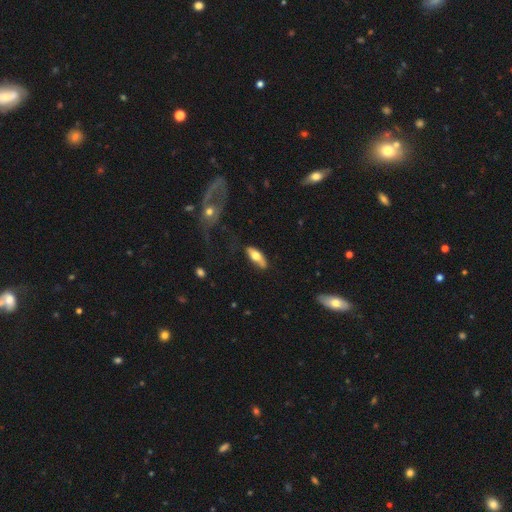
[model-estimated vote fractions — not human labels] A smooth galaxy with no disk features (61%) that is in between round and cigar-shaped (66%).

Vote fractions:
- Smooth or featured? smooth: 61% / featured or disk: 34% / star or artifact: 6%
- How rounded? in between: 66% / cigar-shaped: 31% / round: 3%
- Merging? none: 69% / minor disturbance: 21% / major disturbance: 7% / merger: 4%